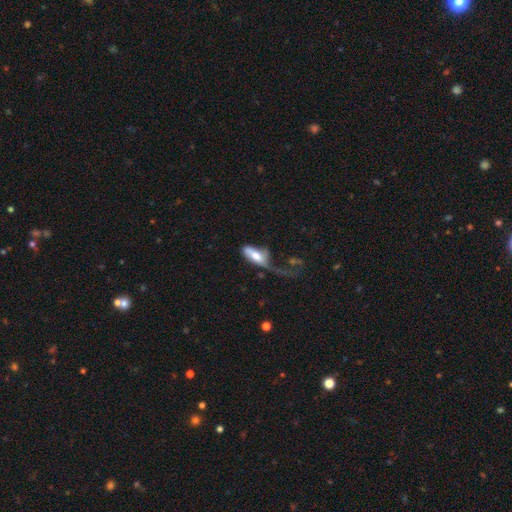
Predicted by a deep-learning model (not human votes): This is likely a smooth galaxy (61%). How rounded: likely in between (79%). Merging: possibly major disturbance (56%).